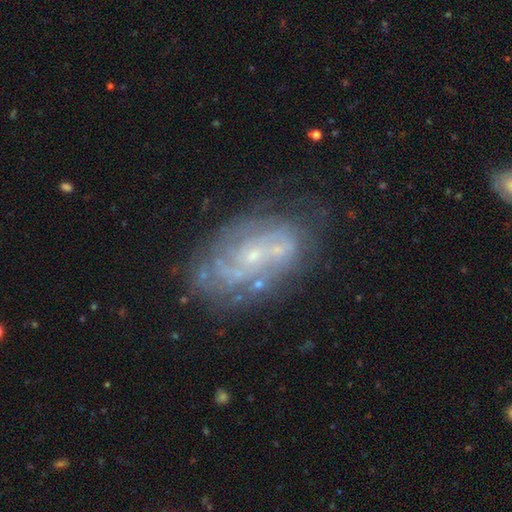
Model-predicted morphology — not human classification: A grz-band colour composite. It shows a featured or disk galaxy (76%) with no bar (69%), tight (50%) spiral arms (75%) and a small central bulge (80%). Merging: none (63%).